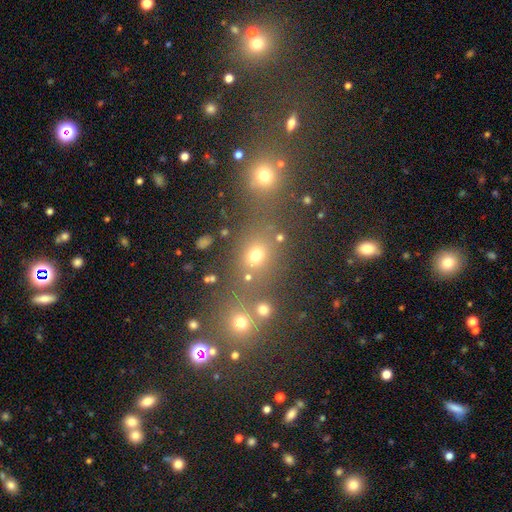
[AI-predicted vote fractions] Smooth or featured?
  - smooth: 71% *
  - star or artifact: 21%
  - featured or disk: 8%
How rounded?
  - round: 65% *
  - in between: 33%
  - cigar-shaped: 2%
Merging?
  - none: 58% *
  - merger: 26%
  - minor disturbance: 10%
  - major disturbance: 6%